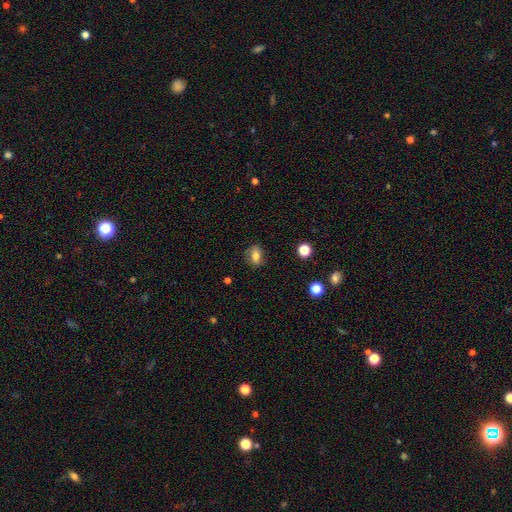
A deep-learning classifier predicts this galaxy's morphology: smooth 71%, featured or disk 18%, star or artifact 11%. Down the decision tree: how rounded — in between (71%); merging — none (78%).